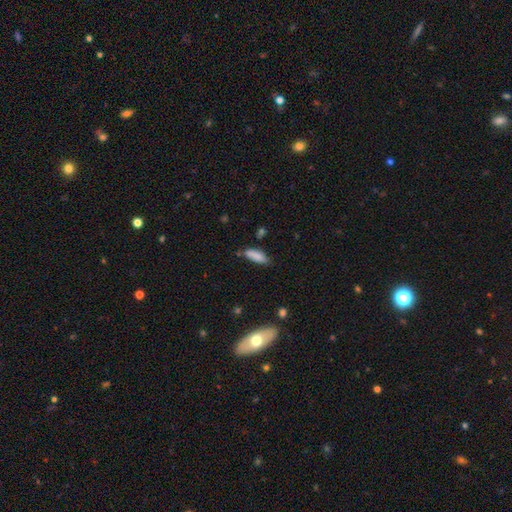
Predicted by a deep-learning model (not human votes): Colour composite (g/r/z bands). It shows a smooth galaxy with no disk features (85%) that is in between round and cigar-shaped (63%). Merging: none (67%).